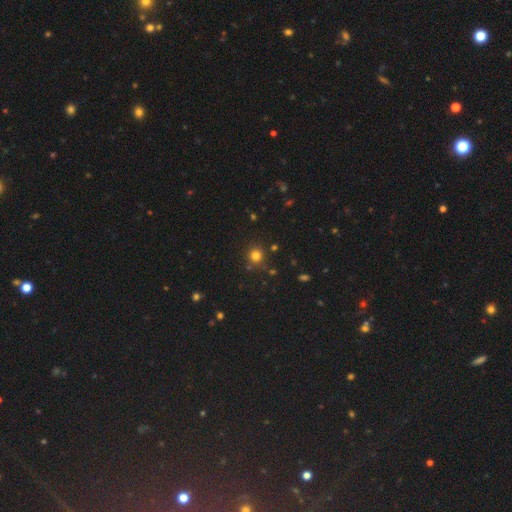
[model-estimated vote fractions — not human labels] Smooth or featured? Predicted: smooth (p=0.77). How rounded? Predicted: round (p=0.92). Merging? Predicted: none (p=0.83).